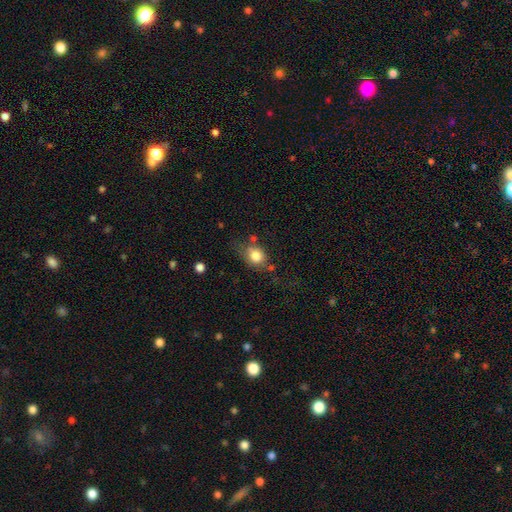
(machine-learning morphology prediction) A smooth galaxy with no disk features (79%) that is round (50%). Merging: none (58%).